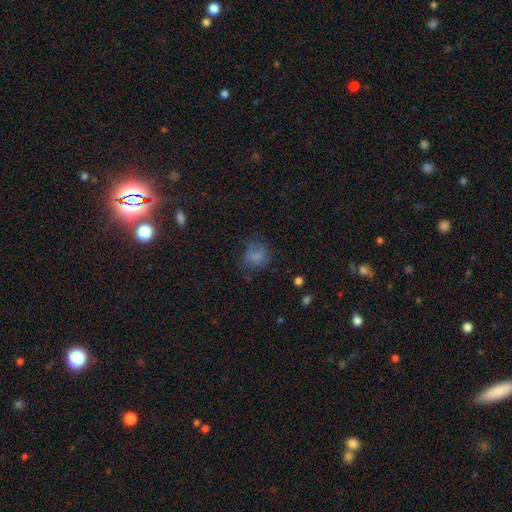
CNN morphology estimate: Smooth or featured? Predicted: smooth (p=0.66). How rounded? Predicted: round (p=0.65). Merging? Predicted: none (p=0.52).